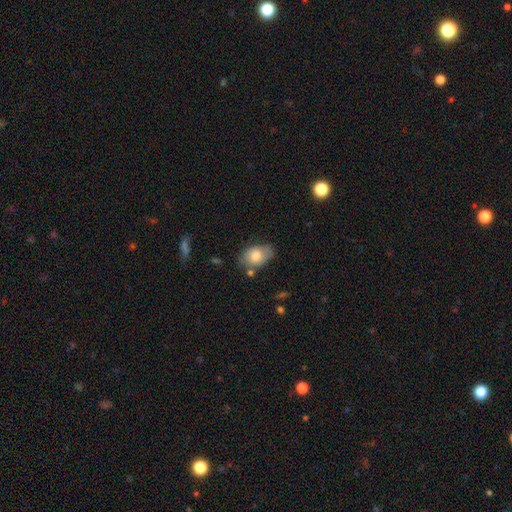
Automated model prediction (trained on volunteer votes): This is likely a smooth galaxy (76%). How rounded: clearly in between (84%). Merging: likely none (62%).